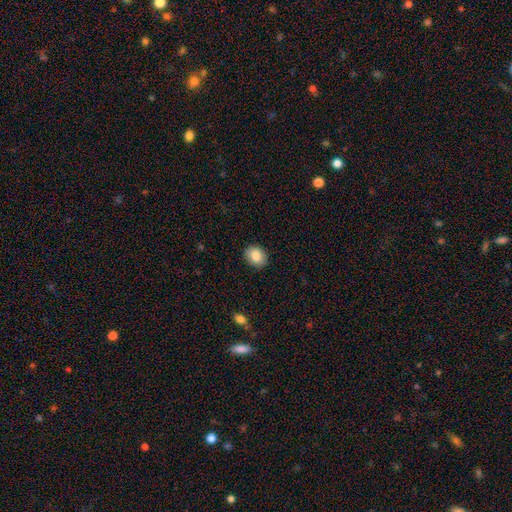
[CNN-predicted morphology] This is clearly a smooth galaxy (85%). How rounded: possibly in between (57%). Merging: clearly none (89%).